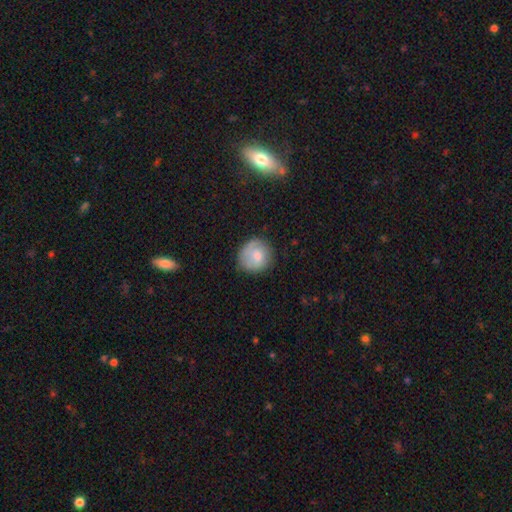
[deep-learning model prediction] Smooth or featured? smooth (73%)
How rounded? round (88%)
Merging? none (73%)